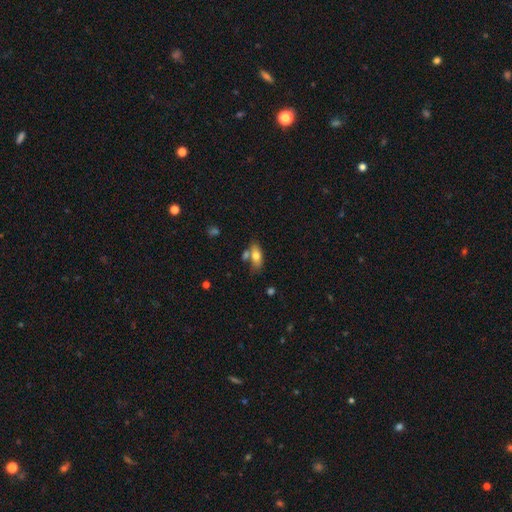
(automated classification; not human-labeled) Smooth or featured? Predicted: smooth (p=0.73). How rounded? Predicted: in between (p=0.82). Merging? Predicted: none (p=0.57).